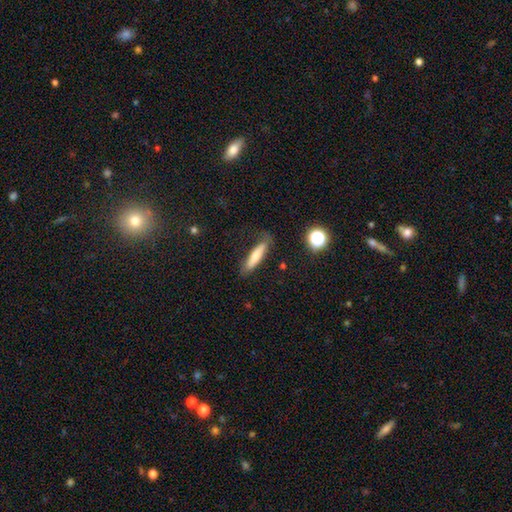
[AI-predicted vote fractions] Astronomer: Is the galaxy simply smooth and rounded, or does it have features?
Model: smooth — 73%.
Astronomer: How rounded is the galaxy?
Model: cigar-shaped — 80%.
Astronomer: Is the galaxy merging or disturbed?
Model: none — 72%.